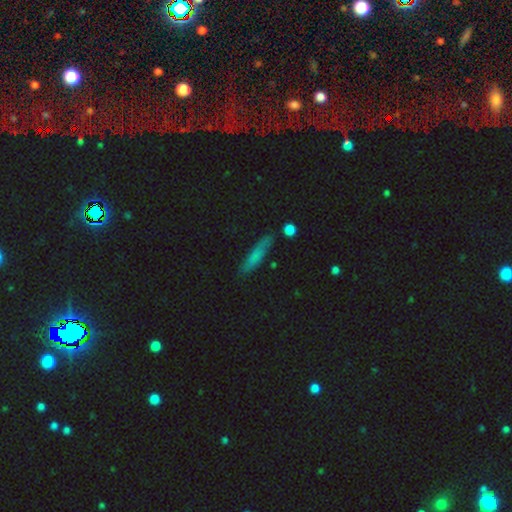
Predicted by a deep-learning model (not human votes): This is likely a smooth galaxy (69%). How rounded: clearly cigar-shaped (85%). Merging: clearly none (80%).